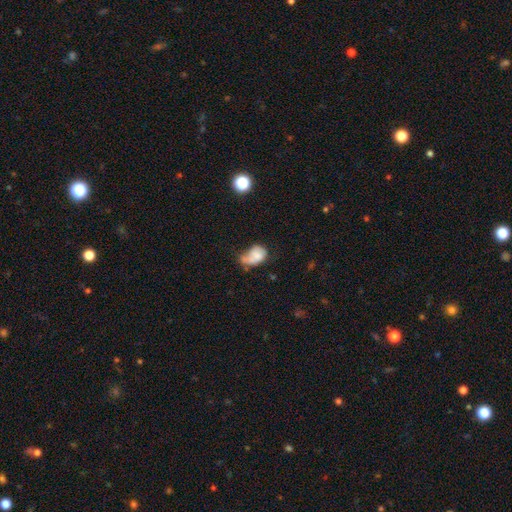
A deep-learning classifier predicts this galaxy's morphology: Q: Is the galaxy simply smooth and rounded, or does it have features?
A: smooth — 69%.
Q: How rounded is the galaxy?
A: in between — 72%.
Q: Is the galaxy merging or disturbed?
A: major disturbance — 30%.